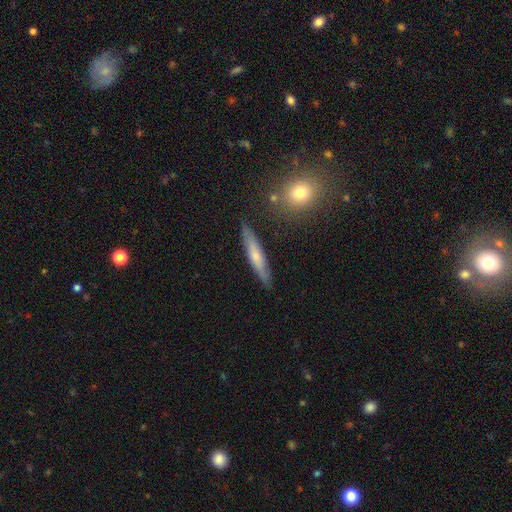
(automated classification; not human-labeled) A smooth galaxy with no disk features (53%) that is cigar-shaped (90%).

Vote fractions:
- Smooth or featured? smooth: 53% / featured or disk: 40% / star or artifact: 6%
- How rounded? cigar-shaped: 90% / in between: 8% / round: 2%
- Merging? none: 86% / minor disturbance: 10% / merger: 2% / major disturbance: 2%